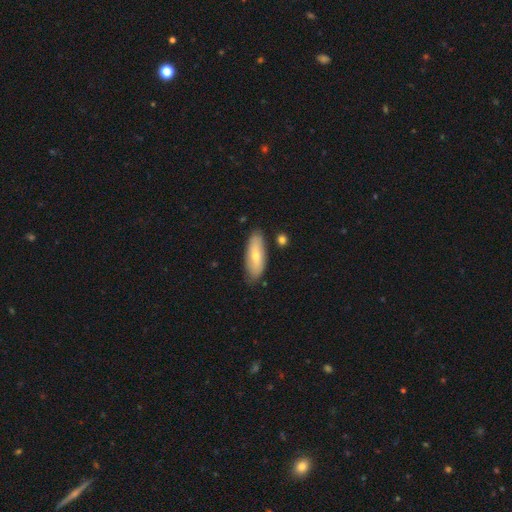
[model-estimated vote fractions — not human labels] Overall: smooth (66%; featured or disk 28%). How rounded: in between (73%). Merging: none (80%).